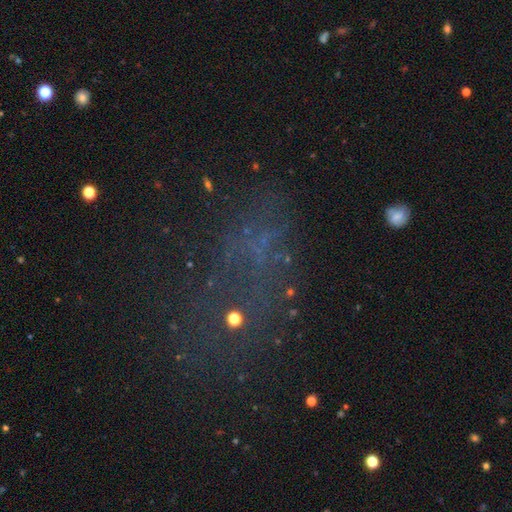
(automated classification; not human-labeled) The model was most divided on "smooth or featured": star or artifact: 51%, smooth: 27%, featured or disk: 22%.